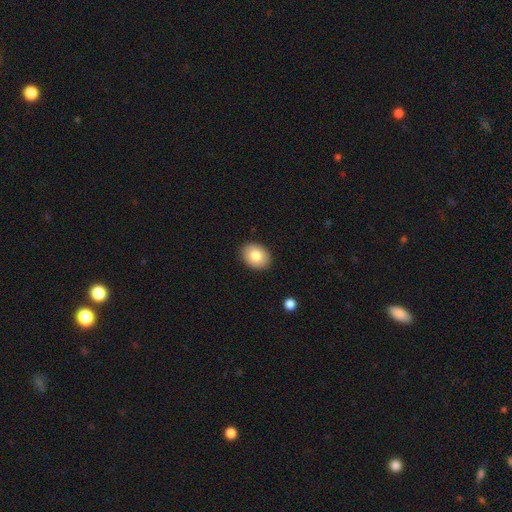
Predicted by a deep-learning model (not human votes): This appears to be a smooth galaxy with no disk features (81%) that is in between round and cigar-shaped (65%). Merging: none (90%).